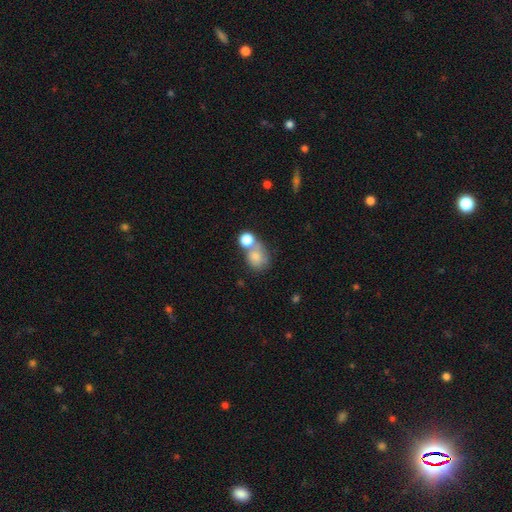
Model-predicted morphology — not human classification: Q: Smooth or featured?
A: smooth (76%); runner-up: featured or disk (13%)
Q: How rounded?
A: round (62%); runner-up: in between (37%)
Q: Merging?
A: merger (44%); runner-up: none (34%)